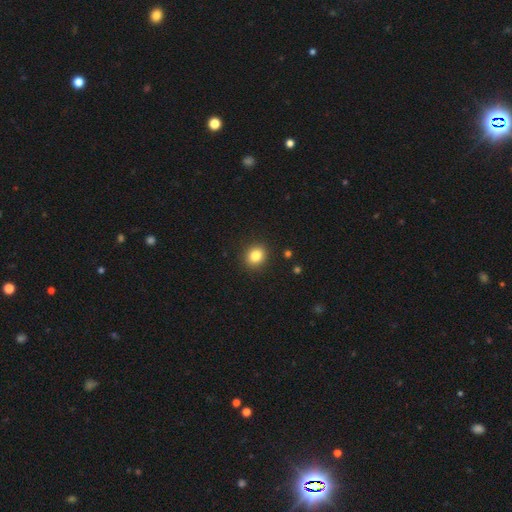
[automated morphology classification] Smooth or featured? Predicted: smooth (p=0.84). How rounded? Predicted: round (p=0.71). Merging? Predicted: none (p=0.91).